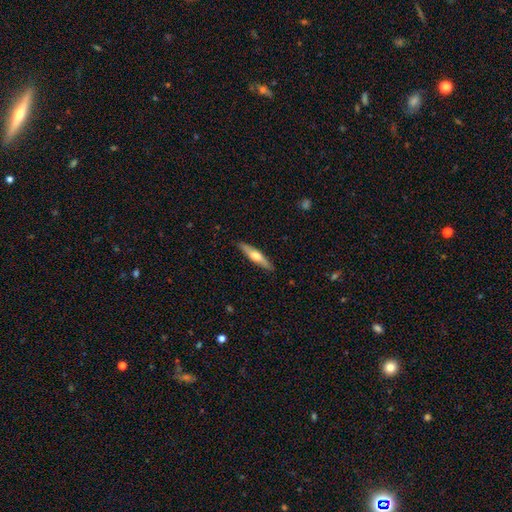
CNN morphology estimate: This is possibly a featured or disk galaxy (51%). It is clearly viewed edge-on (93%). Merging: clearly none (89%).